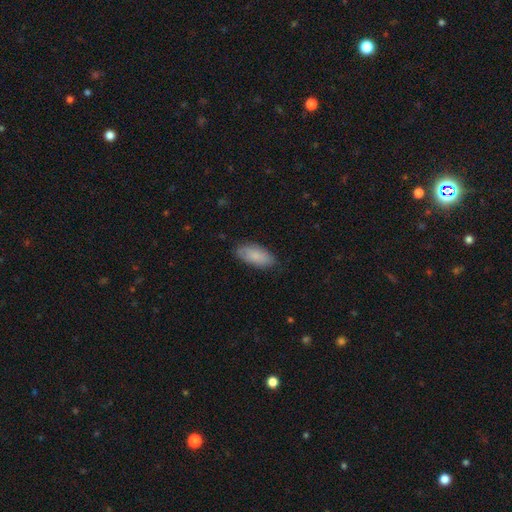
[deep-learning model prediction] This is clearly a smooth galaxy (84%). How rounded: clearly in between (88%). Merging: clearly none (81%).